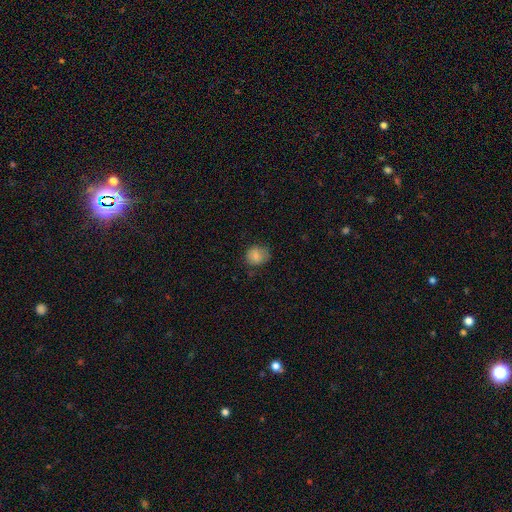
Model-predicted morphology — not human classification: This appears to be a smooth galaxy with no disk features (82%) that is round (74%). Merging: none (66%).